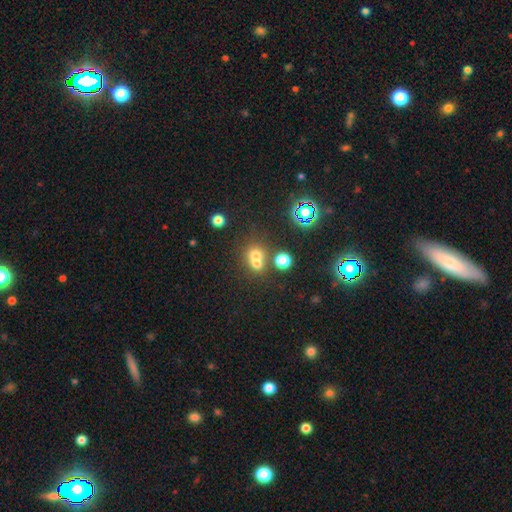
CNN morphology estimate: A smooth galaxy with no disk features (63%) that is round (76%). Merging: merger (56%).